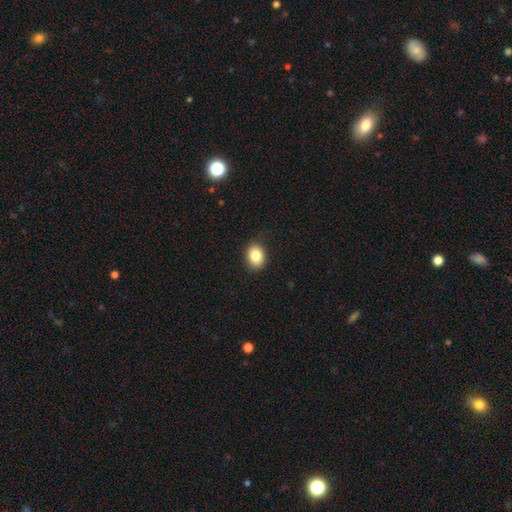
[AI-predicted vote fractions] This appears to be a smooth galaxy with no disk features (84%) that is in between round and cigar-shaped (67%). Merging: none (86%).